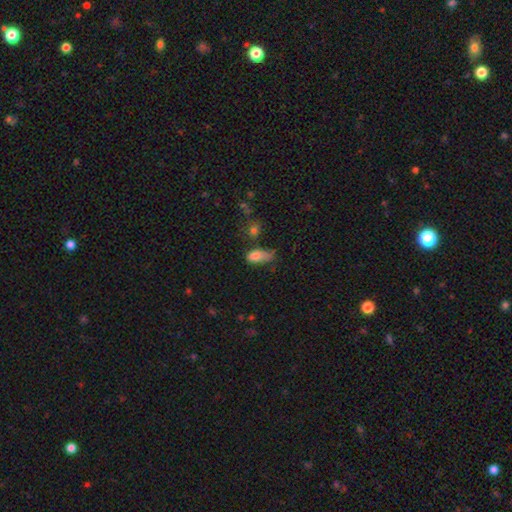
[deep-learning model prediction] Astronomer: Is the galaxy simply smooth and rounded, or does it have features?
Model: smooth — 77%.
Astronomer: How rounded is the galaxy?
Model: in between — 84%.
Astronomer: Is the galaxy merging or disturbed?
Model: minor disturbance — 34% (runner-up: major disturbance, 27%).